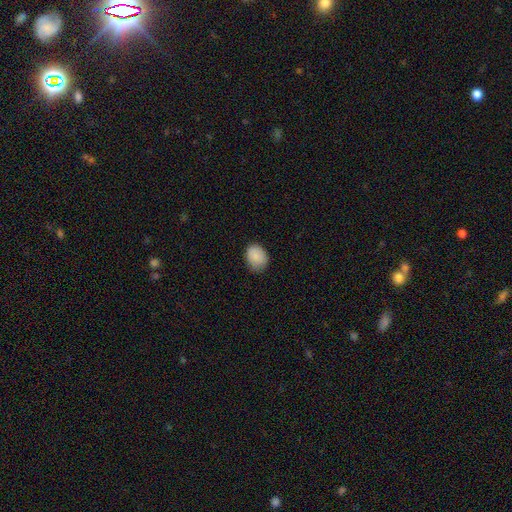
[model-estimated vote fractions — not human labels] This appears to be a smooth galaxy with no disk features (87%) that is in between round and cigar-shaped (66%). Merging: none (73%).